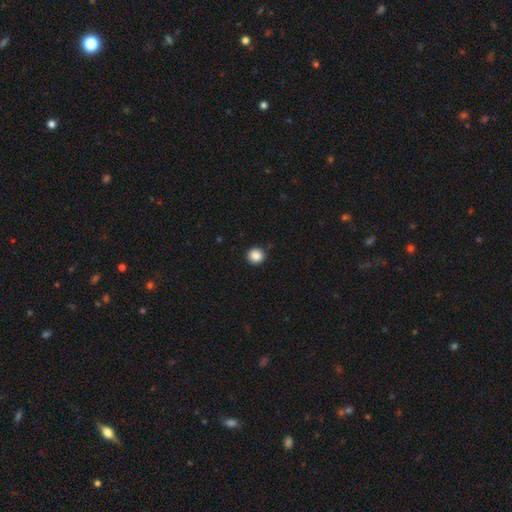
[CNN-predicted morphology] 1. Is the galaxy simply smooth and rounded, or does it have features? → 87% smooth, 10% star or artifact, 3% featured or disk.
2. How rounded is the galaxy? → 93% round, 7% in between, 1% cigar-shaped.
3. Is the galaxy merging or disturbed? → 92% none, 5% minor disturbance, 2% major disturbance, 1% merger.